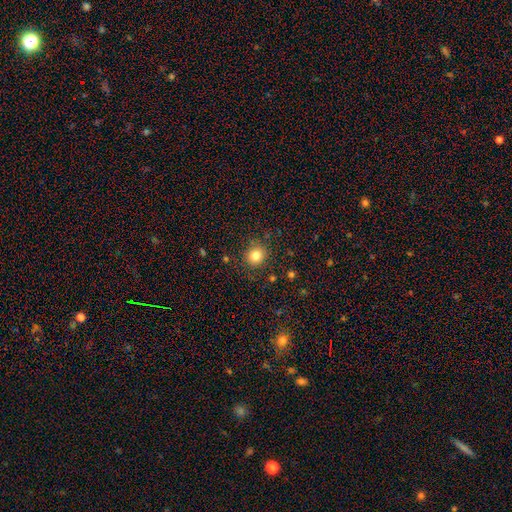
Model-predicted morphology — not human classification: Smooth or featured?
  - smooth: 82% *
  - star or artifact: 12%
  - featured or disk: 6%
How rounded?
  - round: 84% *
  - in between: 15%
  - cigar-shaped: 1%
Merging?
  - none: 87% *
  - minor disturbance: 9%
  - major disturbance: 3%
  - merger: 2%